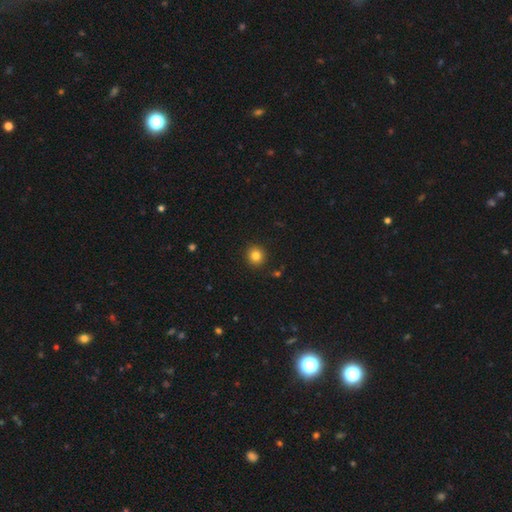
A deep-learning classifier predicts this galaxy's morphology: type=smooth (83%); roundness=round (91%); merging=none (91%).